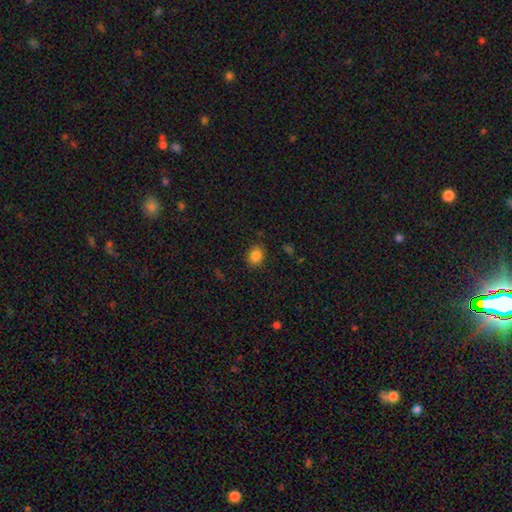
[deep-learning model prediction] This is clearly a smooth galaxy (85%). How rounded: possibly round (52%). Merging: clearly none (86%).